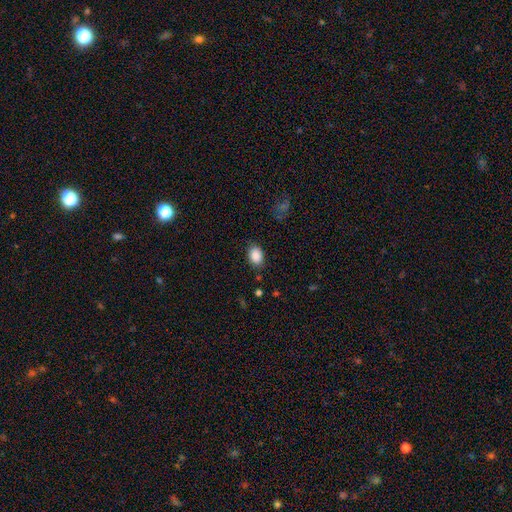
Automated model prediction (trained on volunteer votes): Smooth or featured? Predicted: smooth (p=0.88). How rounded? Predicted: in between (p=0.79). Merging? Predicted: none (p=0.83).